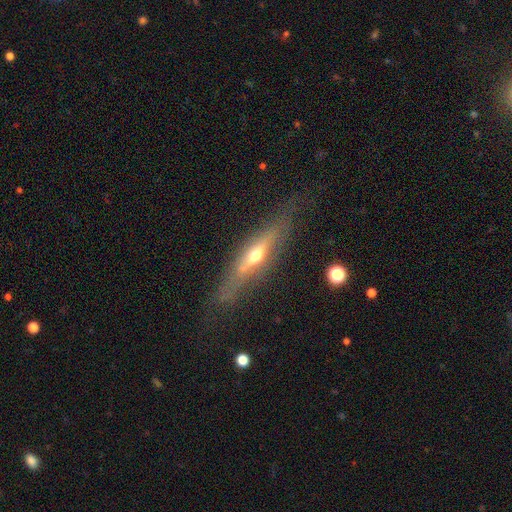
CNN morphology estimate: Smooth or featured? featured or disk (65%)
Edge-on disk? yes (85%)
Edge-on bulge? rounded (85%)
Merging? none (73%)